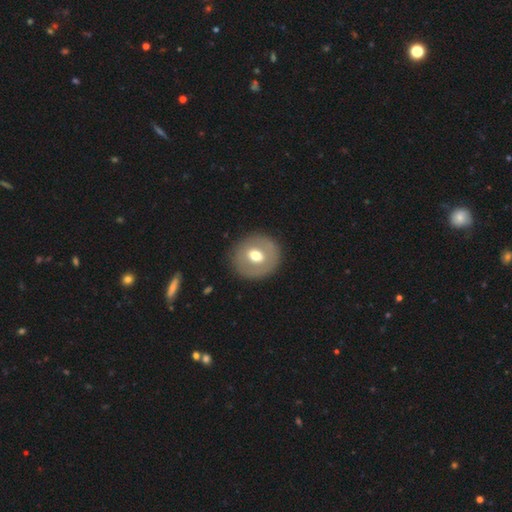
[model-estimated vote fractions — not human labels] smooth-or-featured: smooth: 55% | featured or disk: 38% | star or artifact: 7%
  how-rounded: round: 83% | in between: 16% | cigar-shaped: 1%
  merging: none: 87% | minor disturbance: 8% | major disturbance: 4% | merger: 1%